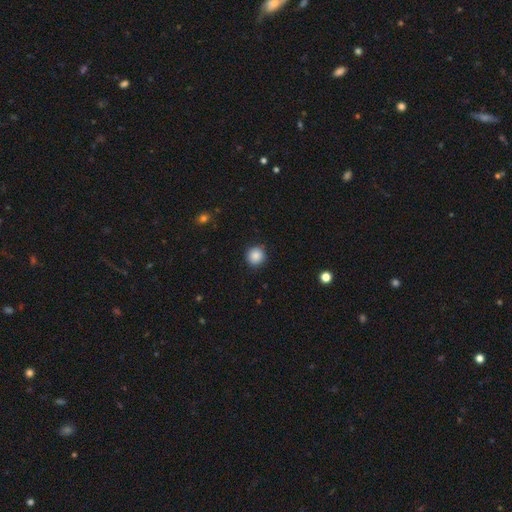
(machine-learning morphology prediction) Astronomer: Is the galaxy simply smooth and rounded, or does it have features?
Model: smooth — 87%.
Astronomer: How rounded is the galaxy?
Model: round — 93%.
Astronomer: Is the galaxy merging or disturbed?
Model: none — 90%.